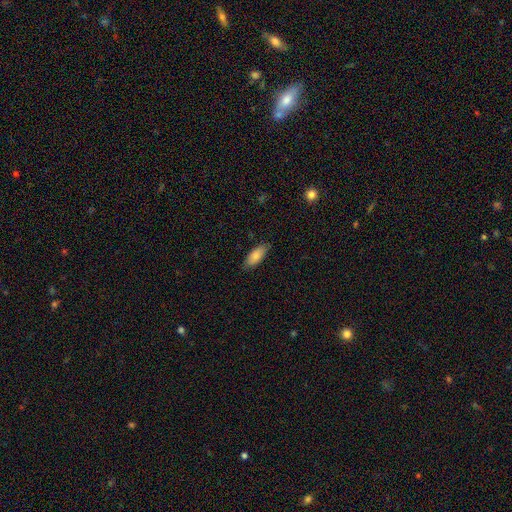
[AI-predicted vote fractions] smooth 82%, featured or disk 12%, star or artifact 6%. Down the decision tree: how rounded — in between (81%); merging — none (83%).